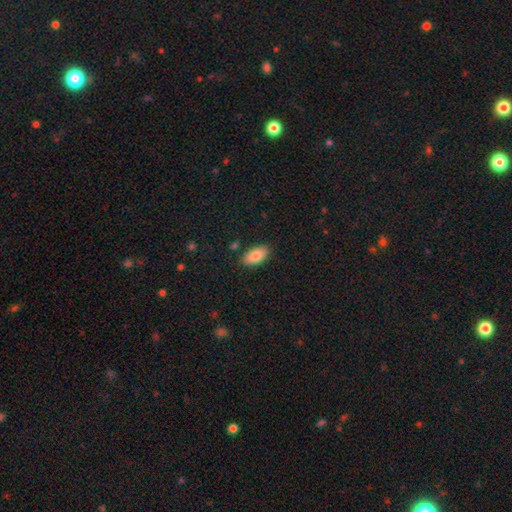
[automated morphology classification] smooth-or-featured: smooth: 84% | featured or disk: 9% | star or artifact: 7%
  how-rounded: in between: 94% | cigar-shaped: 3% | round: 3%
  merging: none: 85% | minor disturbance: 11% | major disturbance: 2% | merger: 2%